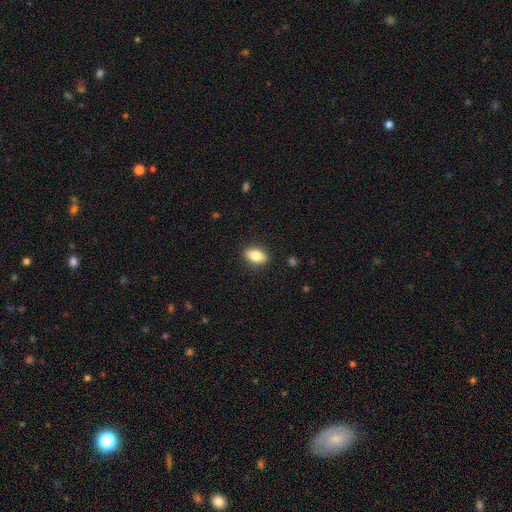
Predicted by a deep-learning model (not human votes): The model was most divided on "smooth or featured": smooth: 78%, featured or disk: 15%, star or artifact: 8%. More confident: merging — none (88%); how rounded — in between (85%).